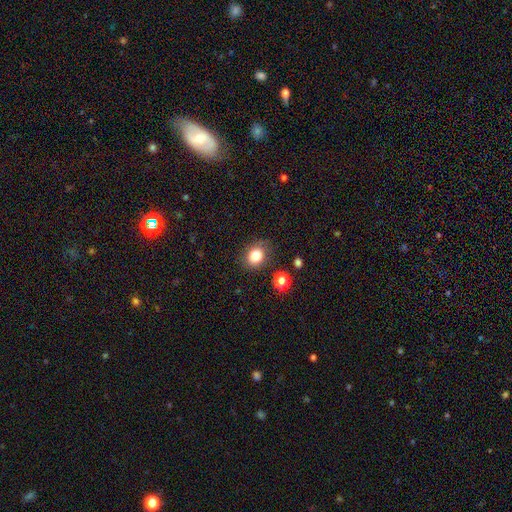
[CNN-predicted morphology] The model was most divided on "how rounded": round: 63%, in between: 36%, cigar-shaped: 1%. More confident: smooth or featured — smooth (82%); merging — none (80%).